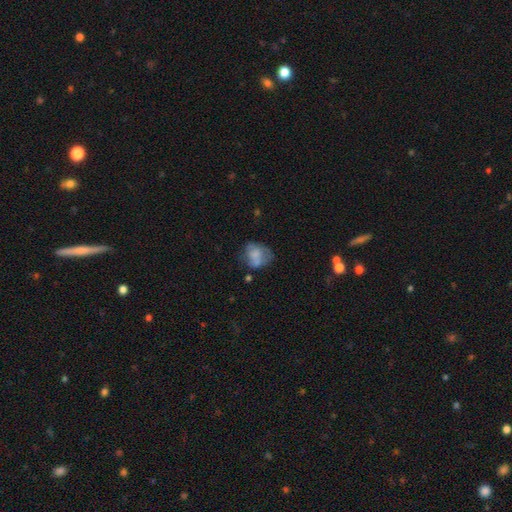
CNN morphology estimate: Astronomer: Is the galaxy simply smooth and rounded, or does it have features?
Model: smooth — 55% (runner-up: featured or disk, 35%).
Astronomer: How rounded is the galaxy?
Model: in between — 52% (runner-up: round, 47%).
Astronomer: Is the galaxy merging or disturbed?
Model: none — 37% (runner-up: minor disturbance, 27%).